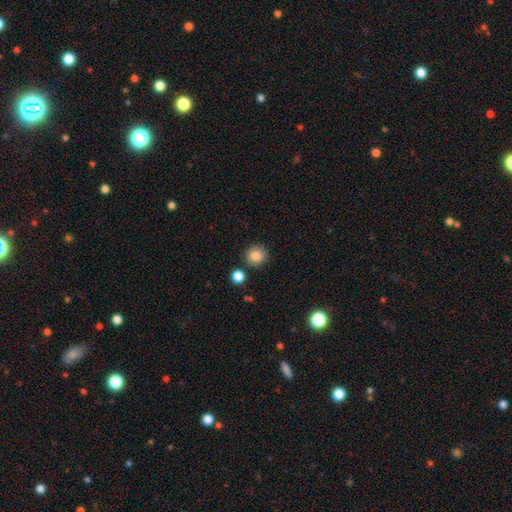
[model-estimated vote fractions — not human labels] Smooth or featured?
  - smooth: 86% *
  - star or artifact: 10%
  - featured or disk: 4%
How rounded?
  - round: 92% *
  - in between: 7%
  - cigar-shaped: 1%
Merging?
  - none: 87% *
  - minor disturbance: 6%
  - merger: 5%
  - major disturbance: 2%